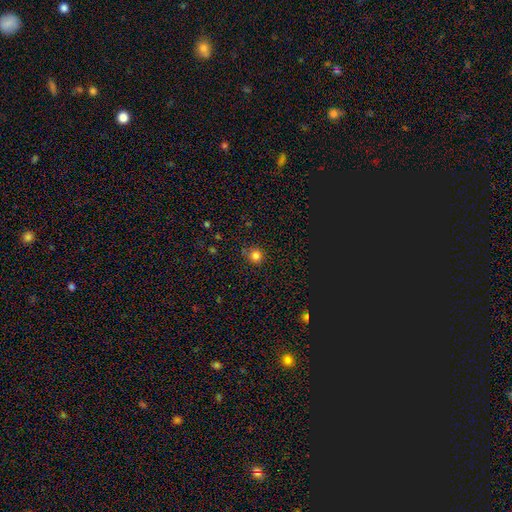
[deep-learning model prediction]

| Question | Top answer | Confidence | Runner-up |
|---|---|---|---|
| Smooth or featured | smooth | 81% | star or artifact (14%) |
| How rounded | round | 93% | in between (6%) |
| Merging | none | 83% | minor disturbance (11%) |